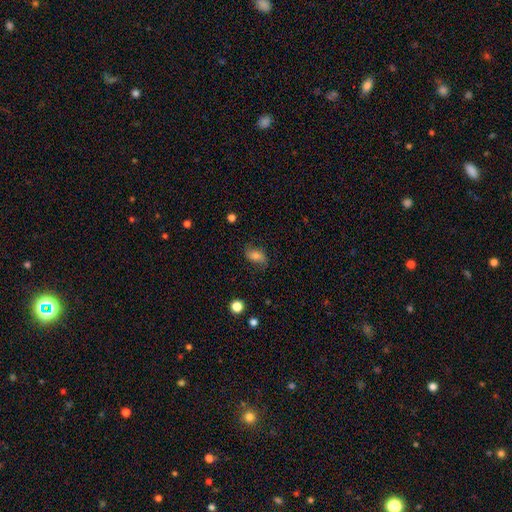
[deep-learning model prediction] This is likely a smooth galaxy (70%). How rounded: clearly in between (85%). Merging: likely none (74%).